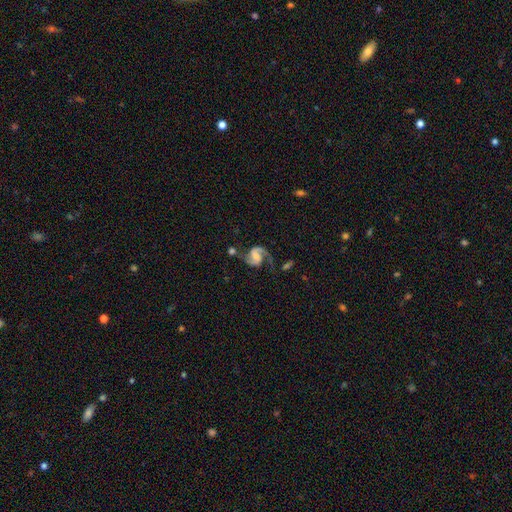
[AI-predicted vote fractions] Smooth or featured? Predicted: featured or disk (p=0.89). Edge-on disk? Predicted: no (p=0.98). Bar? Predicted: weak (p=0.42). Spiral arms? Predicted: yes (p=0.98). Spiral winding? Predicted: medium (p=0.52). Spiral arm count? Predicted: 2 (p=0.92). Bulge size? Predicted: none (p=0.45). Merging? Predicted: none (p=0.62).